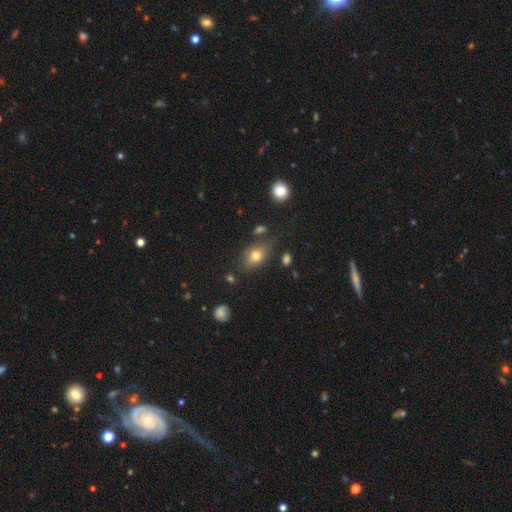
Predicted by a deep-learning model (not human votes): Smooth or featured: smooth — 75% (featured or disk — 13%)
How rounded: in between — 77% (round — 21%)
Merging: none — 70% (minor disturbance — 18%)